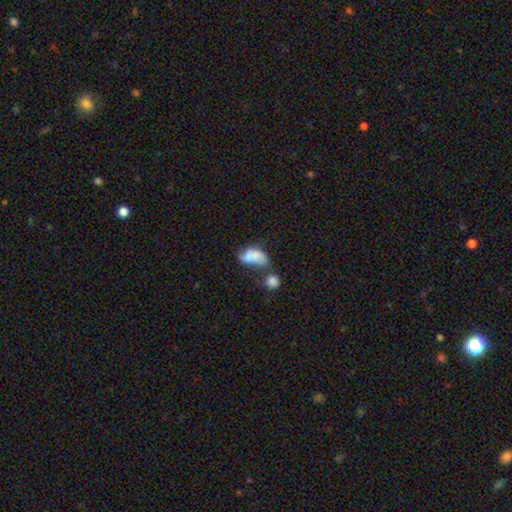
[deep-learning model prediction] This appears to be a smooth galaxy with no disk features (63%) that is in between round and cigar-shaped (87%). Merging: merger (46%).